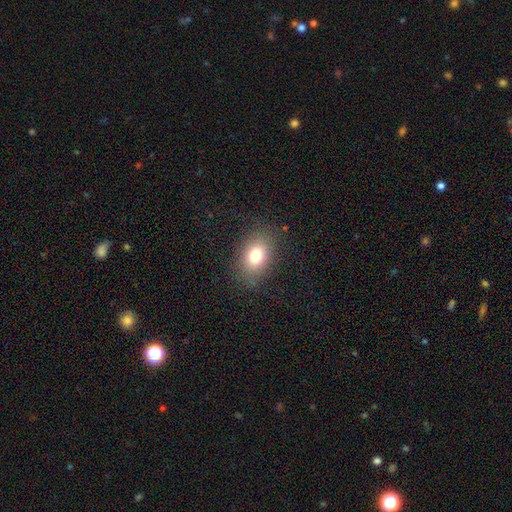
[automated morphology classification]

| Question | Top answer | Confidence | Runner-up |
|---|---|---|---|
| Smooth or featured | smooth | 76% | featured or disk (12%) |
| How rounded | in between | 76% | round (23%) |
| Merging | none | 82% | minor disturbance (12%) |